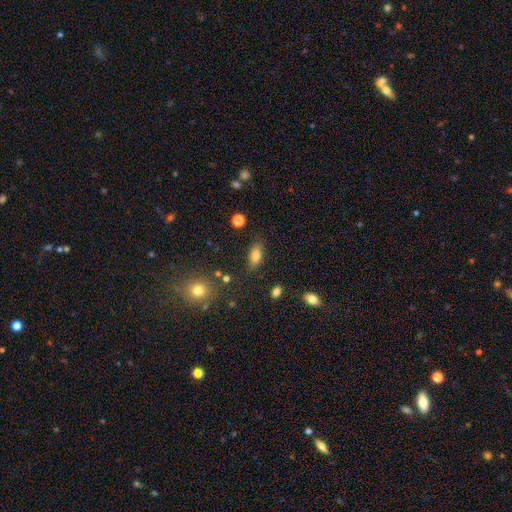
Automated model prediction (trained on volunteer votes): smooth 79%, featured or disk 11%, star or artifact 10%. Down the decision tree: how rounded — in between (86%); merging — none (81%).